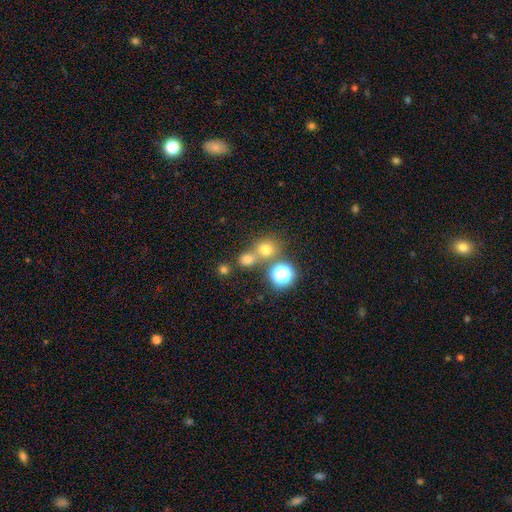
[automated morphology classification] type=smooth (56%); roundness=round (84%); merging=none (57%).